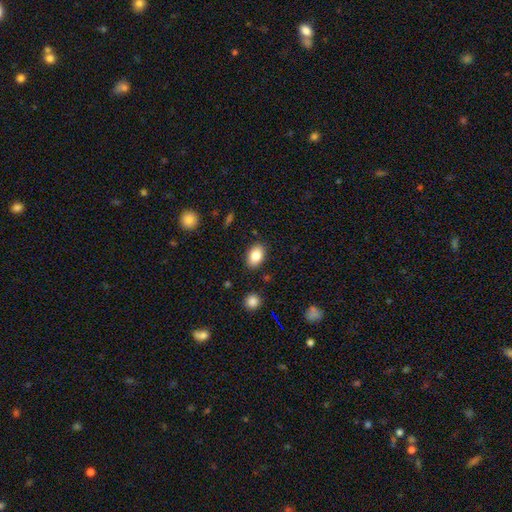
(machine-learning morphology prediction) Smooth or featured: smooth — 84% (featured or disk — 9%)
How rounded: in between — 88% (round — 11%)
Merging: none — 86% (minor disturbance — 10%)